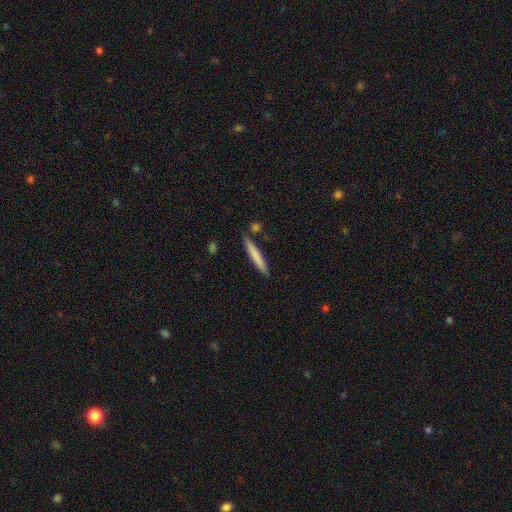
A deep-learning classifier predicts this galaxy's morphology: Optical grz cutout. It shows a smooth galaxy with no disk features (73%) that is cigar-shaped (95%). Merging: none (85%).